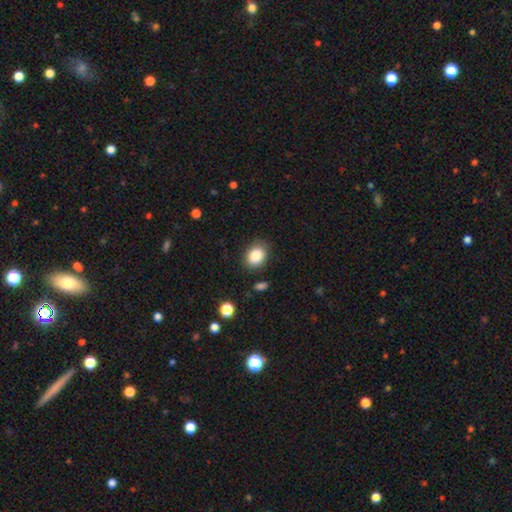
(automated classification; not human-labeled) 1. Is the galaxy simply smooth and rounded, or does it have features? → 86% smooth, 8% star or artifact, 6% featured or disk.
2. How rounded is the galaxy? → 62% in between, 37% round, 1% cigar-shaped.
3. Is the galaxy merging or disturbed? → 82% none, 13% minor disturbance, 3% major disturbance, 2% merger.